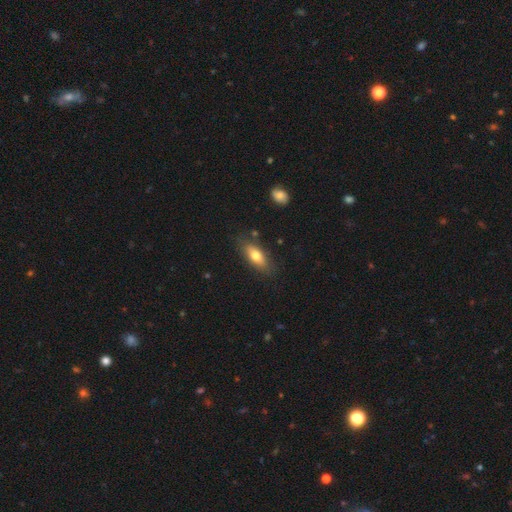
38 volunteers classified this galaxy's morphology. Smooth or featured? smooth (63%)
How rounded? in between (83%)
Merging? none (94%)